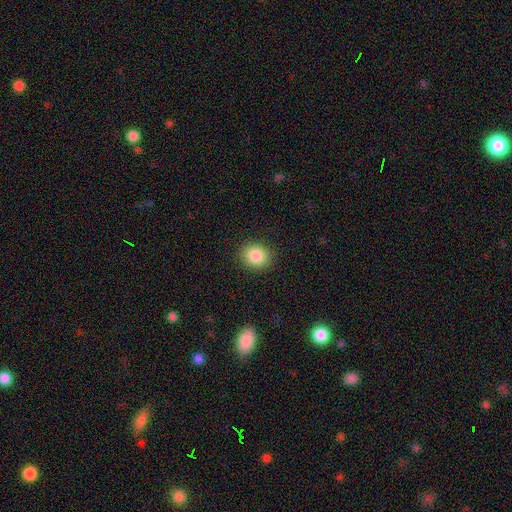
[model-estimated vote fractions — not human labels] Morphology: type=smooth (87%); roundness=round (68%); merging=none (89%).